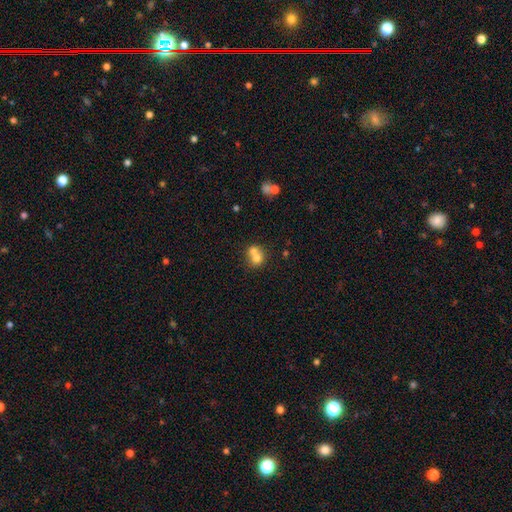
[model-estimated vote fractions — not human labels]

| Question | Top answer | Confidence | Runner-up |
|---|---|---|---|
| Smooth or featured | smooth | 69% | featured or disk (20%) |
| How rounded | round | 78% | in between (21%) |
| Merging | merger | 62% | none (30%) |